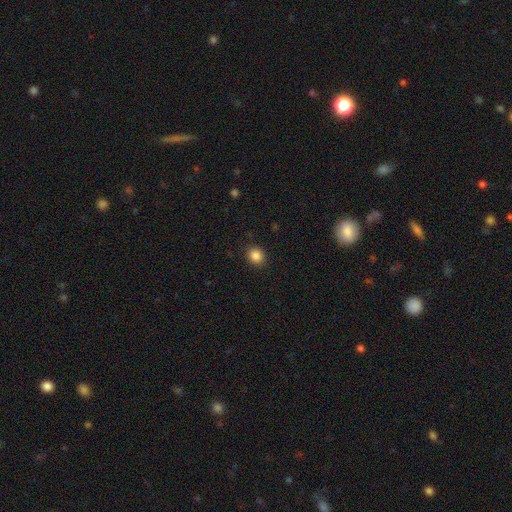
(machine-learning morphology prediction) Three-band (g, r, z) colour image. It shows a smooth galaxy with no disk features (86%) that is round (76%). Merging: none (90%).